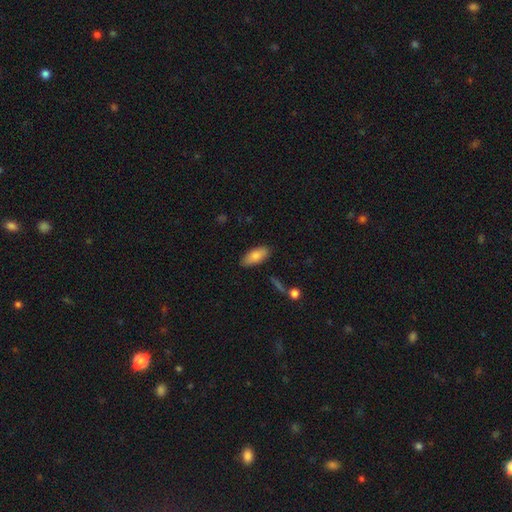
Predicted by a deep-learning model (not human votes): A smooth galaxy with no disk features (83%) that is in between round and cigar-shaped (87%).

Vote fractions:
- Smooth or featured? smooth: 83% / featured or disk: 10% / star or artifact: 7%
- How rounded? in between: 87% / cigar-shaped: 11% / round: 2%
- Merging? none: 84% / minor disturbance: 12% / major disturbance: 2% / merger: 2%